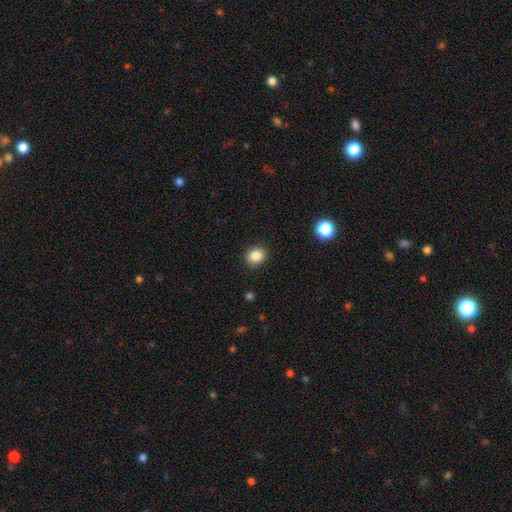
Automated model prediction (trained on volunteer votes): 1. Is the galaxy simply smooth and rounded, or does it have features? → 85% smooth, 10% star or artifact, 5% featured or disk.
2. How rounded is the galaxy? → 74% round, 25% in between, 1% cigar-shaped.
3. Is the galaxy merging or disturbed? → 89% none, 8% minor disturbance, 2% major disturbance, 1% merger.